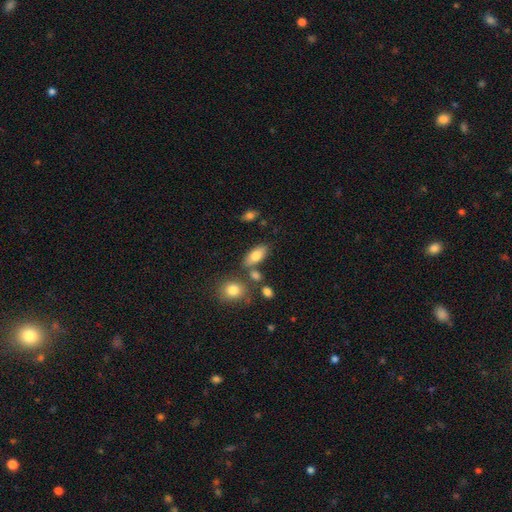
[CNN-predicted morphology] Q: Smooth or featured?
A: smooth (77%); runner-up: featured or disk (15%)
Q: How rounded?
A: in between (84%); runner-up: cigar-shaped (11%)
Q: Merging?
A: none (69%); runner-up: merger (14%)